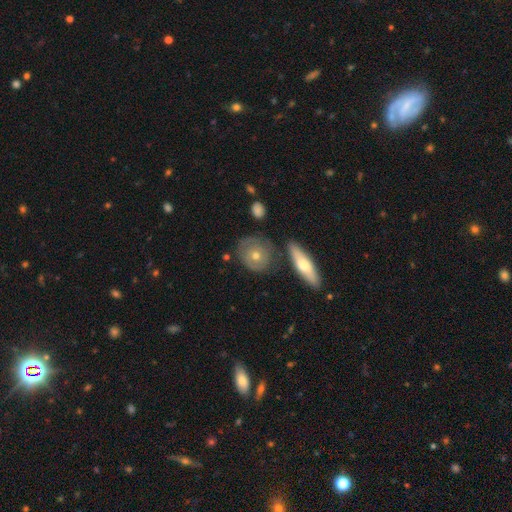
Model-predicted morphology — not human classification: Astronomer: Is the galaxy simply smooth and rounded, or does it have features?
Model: featured or disk — 46%, tied with smooth at 46%.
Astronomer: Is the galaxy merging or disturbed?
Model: none — 72%.